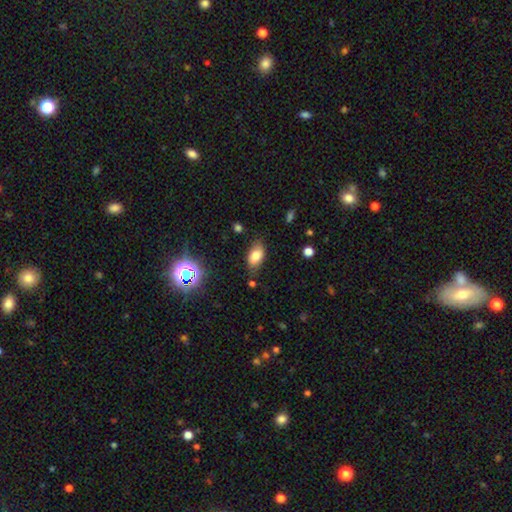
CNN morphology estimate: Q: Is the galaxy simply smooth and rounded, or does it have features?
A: smooth — 77%.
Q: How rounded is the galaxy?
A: in between — 91%.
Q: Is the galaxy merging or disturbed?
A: none — 75%.